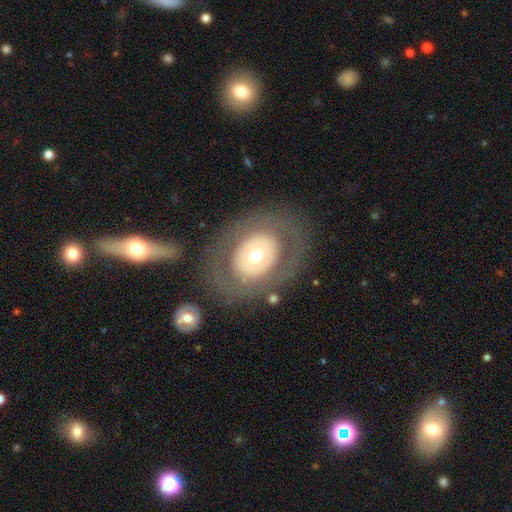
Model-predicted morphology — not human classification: Overall: featured or disk (49%; smooth 45%). Merging: none (79%).